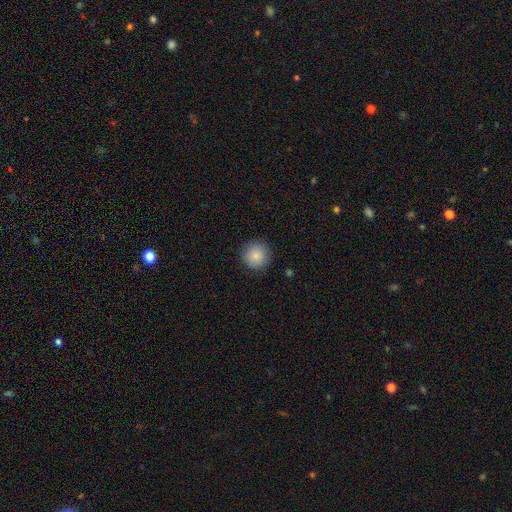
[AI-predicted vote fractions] Smooth or featured? smooth (86%)
How rounded? round (95%)
Merging? none (90%)